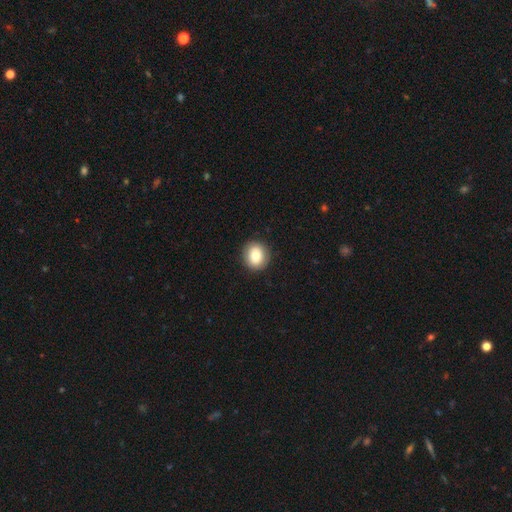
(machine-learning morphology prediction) This appears to be a smooth galaxy with no disk features (81%) that is round (76%). Merging: none (90%).